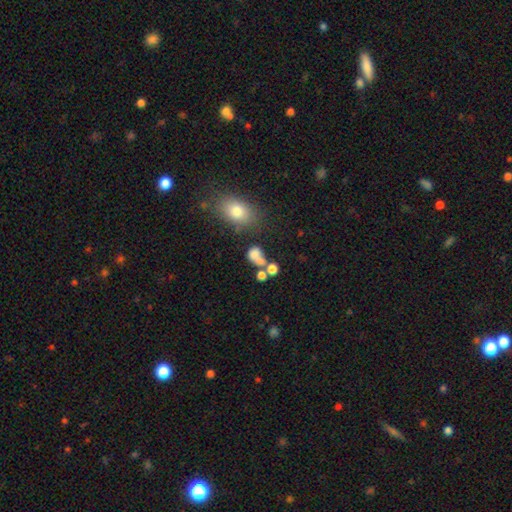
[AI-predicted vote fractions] This appears to be a smooth galaxy with no disk features (67%) that is in between round and cigar-shaped (52%). Merging: merger (47%).